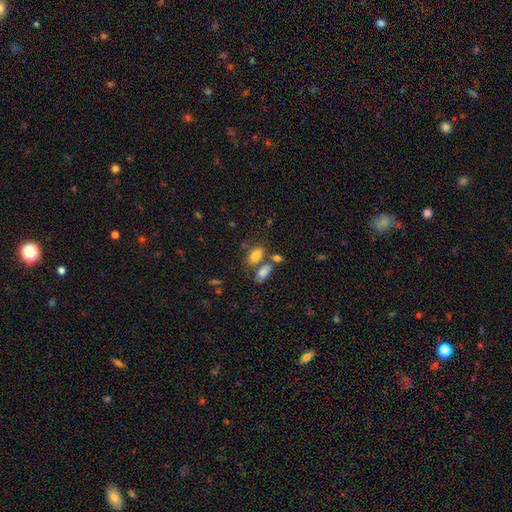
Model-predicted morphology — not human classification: A smooth galaxy with no disk features (81%) that is in between round and cigar-shaped (89%).

Vote fractions:
- Smooth or featured? smooth: 81% / star or artifact: 10% / featured or disk: 9%
- How rounded? in between: 89% / round: 6% / cigar-shaped: 5%
- Merging? none: 50% / merger: 32% / minor disturbance: 13% / major disturbance: 6%